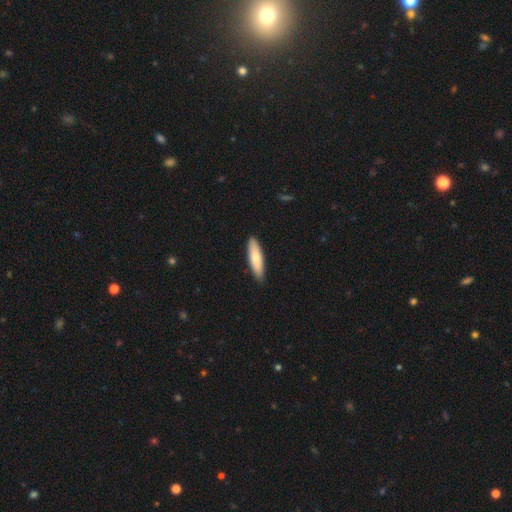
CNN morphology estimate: Overall: smooth (77%). How rounded: cigar-shaped (68%; in between 30%). Merging: none (90%).